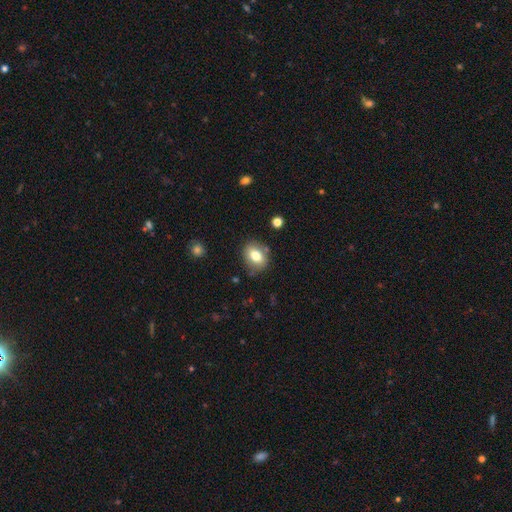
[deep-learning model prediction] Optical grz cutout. It shows a smooth galaxy with no disk features (77%) that is in between round and cigar-shaped (66%). Merging: none (79%).